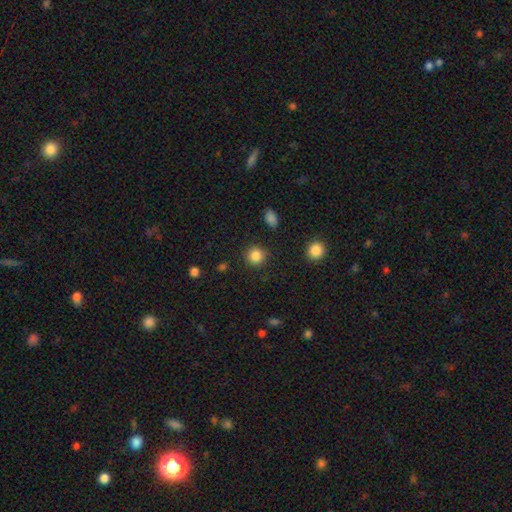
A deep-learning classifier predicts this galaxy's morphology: A smooth galaxy with no disk features (85%) that is round (92%). Merging: none (89%).